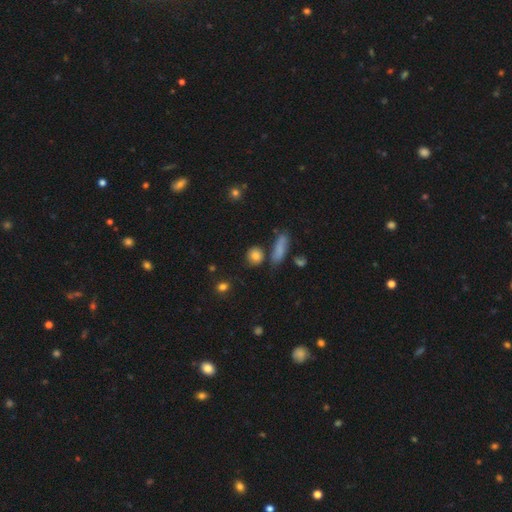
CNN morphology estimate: type=smooth (81%); roundness=round (73%); merging=none (74%).